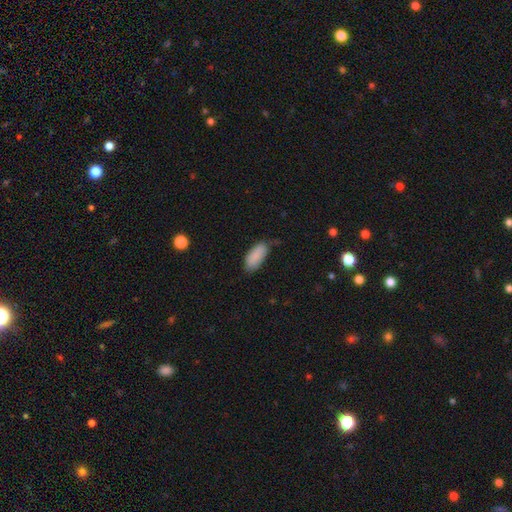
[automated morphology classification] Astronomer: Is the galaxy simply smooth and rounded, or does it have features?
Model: smooth — 88%.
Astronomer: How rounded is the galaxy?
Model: in between — 89%.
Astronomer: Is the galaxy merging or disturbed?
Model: none — 65%.